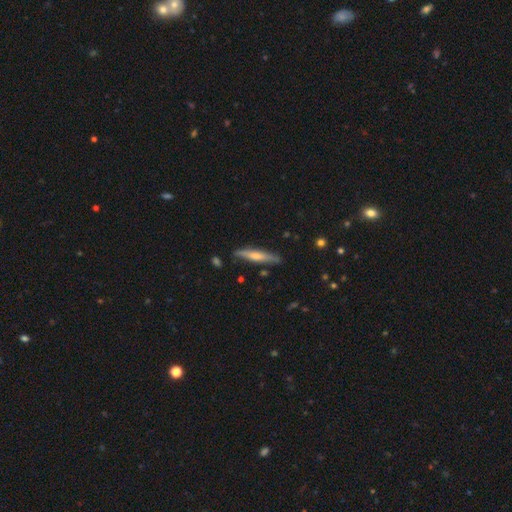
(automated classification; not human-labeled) Overall: featured or disk (52%; smooth 42%). Edge-on disk: yes (92%). Merging: none (85%).